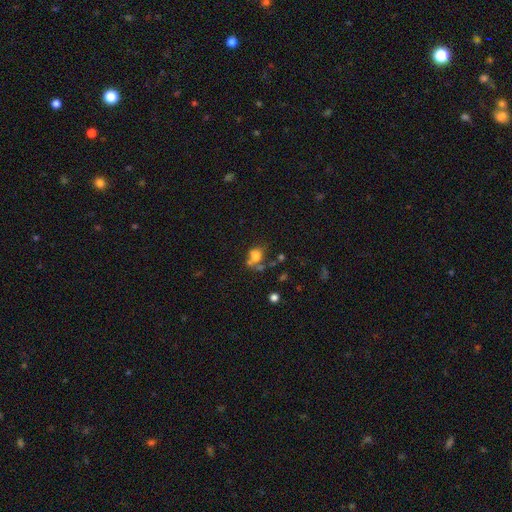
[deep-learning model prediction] Smooth or featured?
  - smooth: 69% *
  - featured or disk: 16%
  - star or artifact: 14%
How rounded?
  - round: 50% *
  - in between: 49%
  - cigar-shaped: 1%
Merging?
  - none: 36% *
  - merger: 32%
  - minor disturbance: 17%
  - major disturbance: 14%